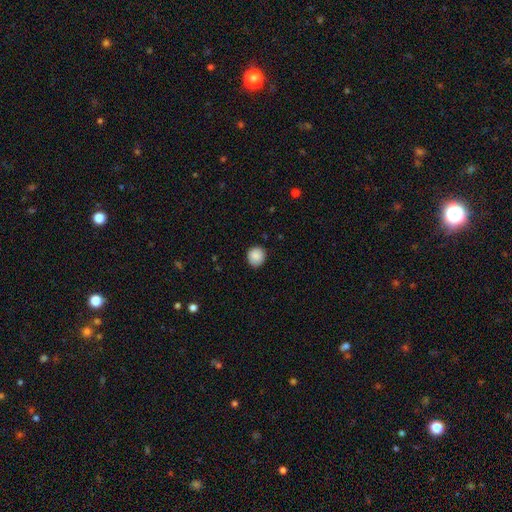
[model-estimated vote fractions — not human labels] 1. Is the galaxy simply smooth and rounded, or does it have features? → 89% smooth, 8% star or artifact, 3% featured or disk.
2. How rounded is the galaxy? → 88% round, 11% in between, 1% cigar-shaped.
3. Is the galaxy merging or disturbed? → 87% none, 10% minor disturbance, 2% major disturbance, 1% merger.